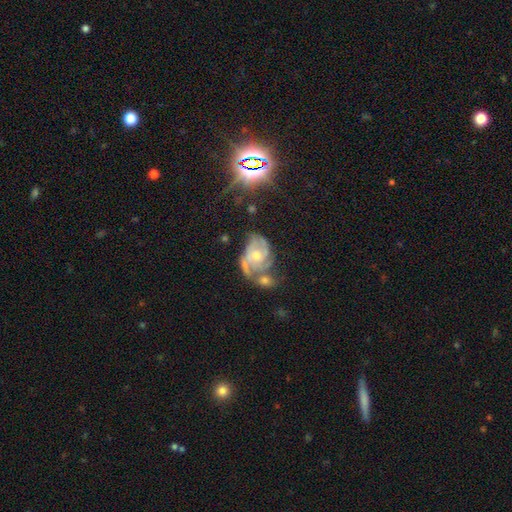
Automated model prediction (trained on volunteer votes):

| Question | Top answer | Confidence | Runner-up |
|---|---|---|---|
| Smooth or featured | featured or disk | 81% | smooth (11%) |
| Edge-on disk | no | 98% | yes (2%) |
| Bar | no | 73% | weak (22%) |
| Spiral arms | yes | 93% | no (7%) |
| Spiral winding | tight | 44% | medium (43%) |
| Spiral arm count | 3 | 39% | 2 (23%) |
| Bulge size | moderate | 53% | small (39%) |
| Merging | none | 38% | minor disturbance (22%) |